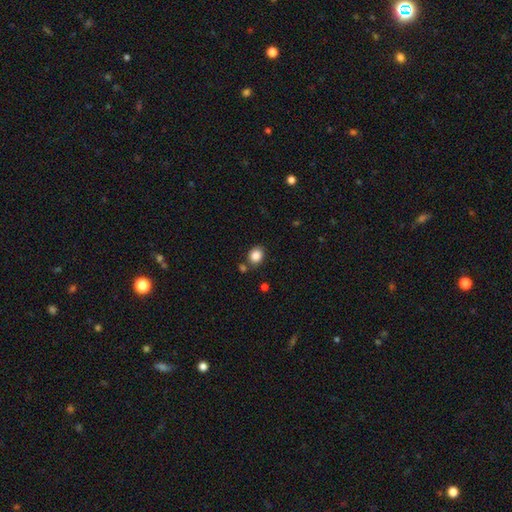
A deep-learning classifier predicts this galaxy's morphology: Overall: smooth (86%). How rounded: round (57%; in between 42%). Merging: none (79%).